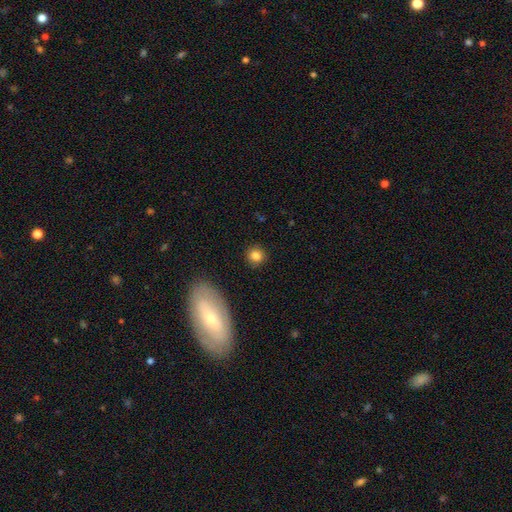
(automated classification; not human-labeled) A smooth galaxy with no disk features (82%) that is round (92%). Merging: none (90%).